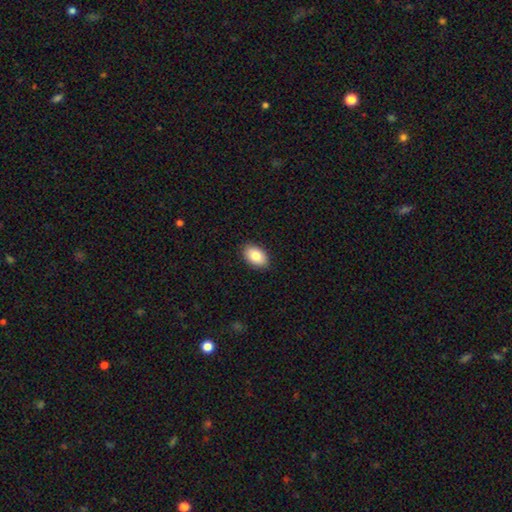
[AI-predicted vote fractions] smooth 84%, featured or disk 9%, star or artifact 7%. Down the decision tree: how rounded — in between (90%); merging — none (89%).